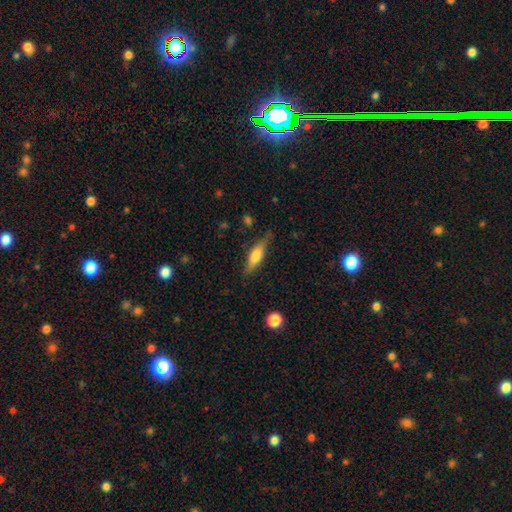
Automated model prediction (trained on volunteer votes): Smooth or featured? smooth (62%)
How rounded? cigar-shaped (56%)
Merging? none (75%)